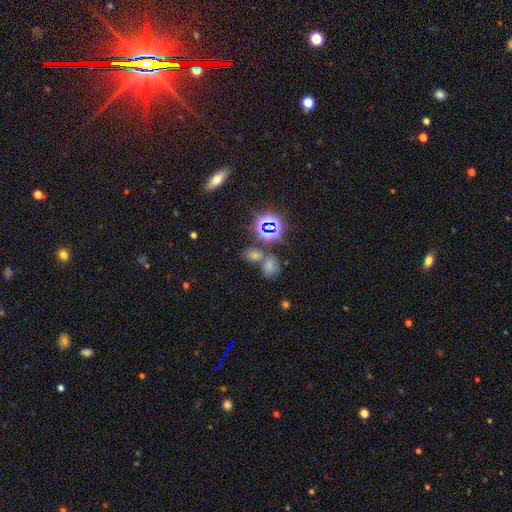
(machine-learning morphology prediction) This is possibly a star or artifact rather than a galaxy (51%).